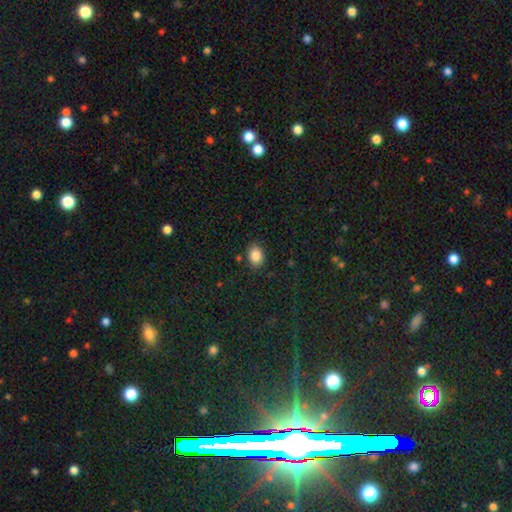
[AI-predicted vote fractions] A smooth galaxy with no disk features (85%) that is in between round and cigar-shaped (73%). Merging: none (83%).